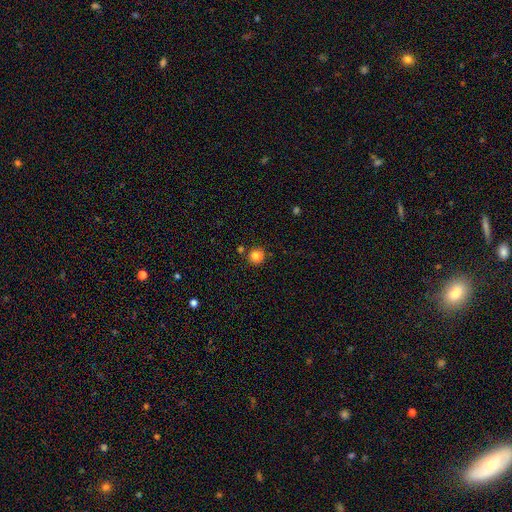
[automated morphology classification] A smooth galaxy with no disk features (81%) that is round (91%).

Vote fractions:
- Smooth or featured? smooth: 81% / star or artifact: 11% / featured or disk: 7%
- How rounded? round: 91% / in between: 8% / cigar-shaped: 1%
- Merging? none: 76% / minor disturbance: 13% / merger: 8% / major disturbance: 3%